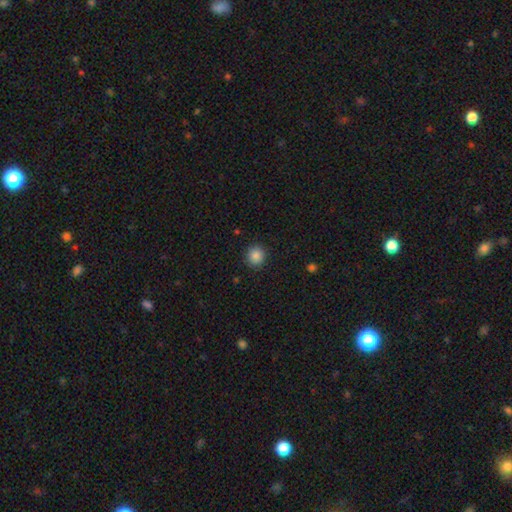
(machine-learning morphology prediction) type=smooth (86%); roundness=round (90%); merging=none (90%).